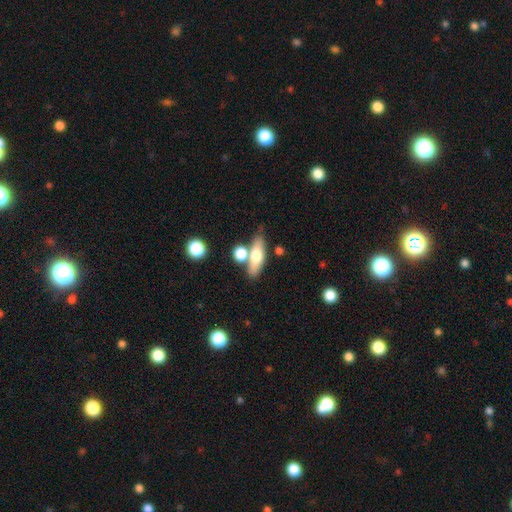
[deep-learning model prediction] Q: Smooth or featured?
A: smooth (63%); runner-up: featured or disk (30%)
Q: How rounded?
A: in between (51%); runner-up: cigar-shaped (41%)
Q: Merging?
A: none (61%); runner-up: merger (23%)